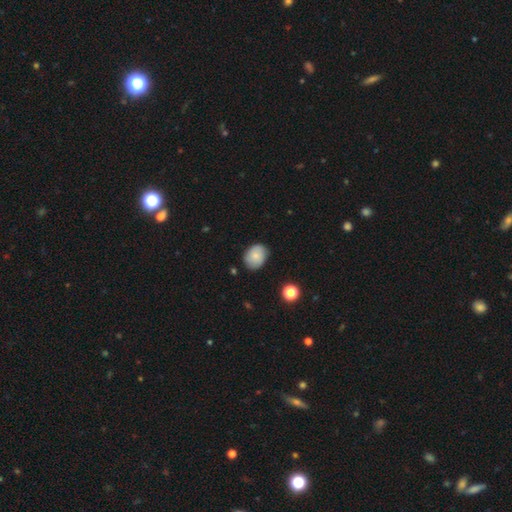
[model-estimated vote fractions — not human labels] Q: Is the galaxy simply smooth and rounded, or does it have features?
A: smooth — 79%.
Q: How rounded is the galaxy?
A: in between — 58%.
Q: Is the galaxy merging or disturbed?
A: none — 79%.